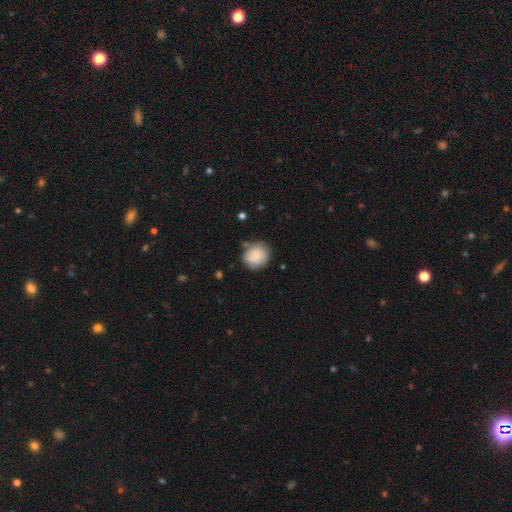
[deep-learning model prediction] smooth 84%, featured or disk 9%, star or artifact 7%. Down the decision tree: how rounded — round (82%); merging — none (75%).